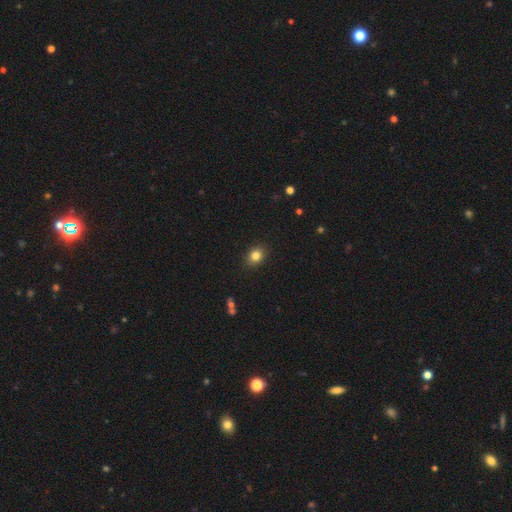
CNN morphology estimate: smooth 83%, star or artifact 11%, featured or disk 6%. Down the decision tree: how rounded — in between (51%); merging — none (89%).